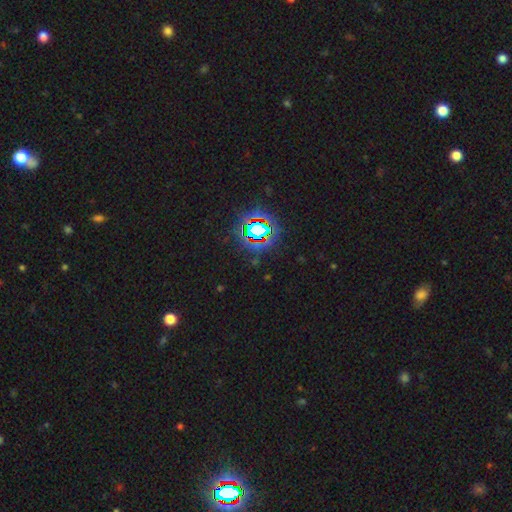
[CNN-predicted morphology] Smooth or featured: star or artifact — 80% (smooth — 12%)